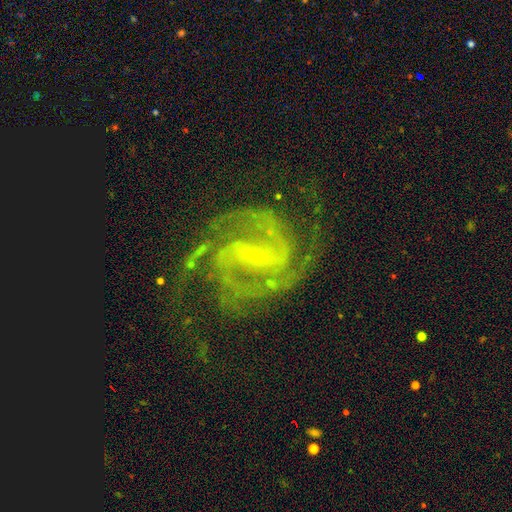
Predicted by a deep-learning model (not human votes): A featured or disk galaxy (92%) with a strong bar (46%), 2 (72%) medium (56%) spiral arms (98%) and a small central bulge (74%).

Vote fractions:
- Smooth or featured? featured or disk: 92% / star or artifact: 5% / smooth: 3%
- Edge-on disk? no: 98% / yes: 2%
- Bar? strong: 46% / weak: 42% / no: 12%
- Spiral arms? yes: 98% / no: 2%
- Spiral winding? medium: 56% / tight: 33% / loose: 11%
- Spiral arm count? 2: 72% / 3: 12% / can't tell: 5% / 4: 4% / 1: 3% / more than 4: 3%
- Bulge size? small: 74% / moderate: 21% / none: 3% / large: 1% / dominant: 1%
- Merging? none: 68% / minor disturbance: 17% / major disturbance: 12% / merger: 3%